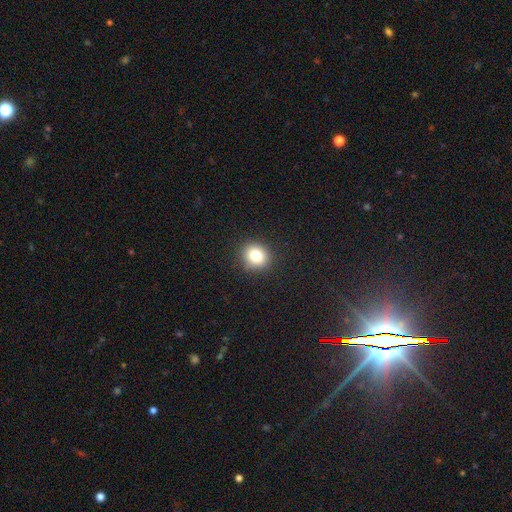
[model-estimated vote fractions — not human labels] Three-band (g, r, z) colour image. It shows a smooth galaxy with no disk features (84%) that is round (76%). Merging: none (87%).